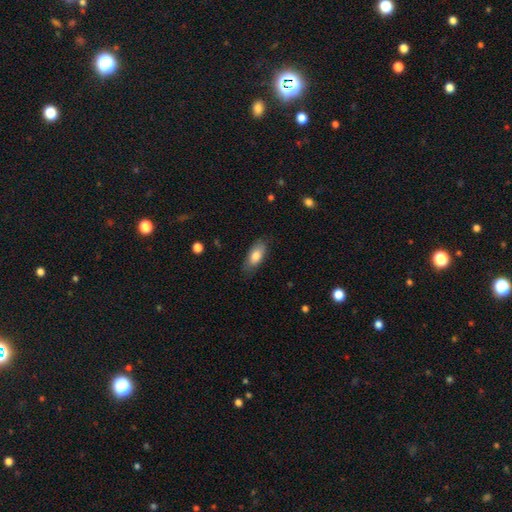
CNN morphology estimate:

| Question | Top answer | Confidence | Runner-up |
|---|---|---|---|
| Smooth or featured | smooth | 80% | featured or disk (14%) |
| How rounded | in between | 86% | cigar-shaped (11%) |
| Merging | none | 79% | minor disturbance (16%) |